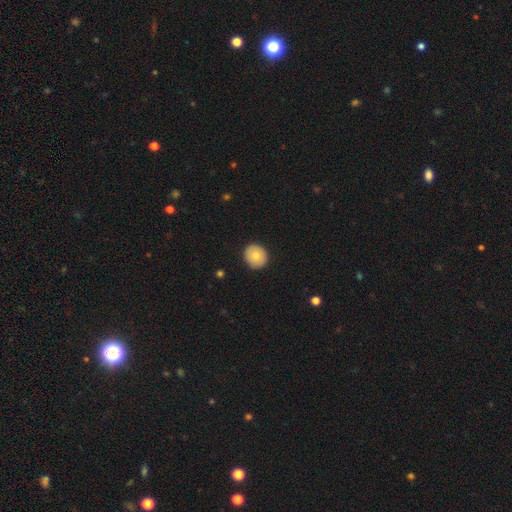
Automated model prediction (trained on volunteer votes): Morphology: type=smooth (76%); roundness=round (85%); merging=none (91%).